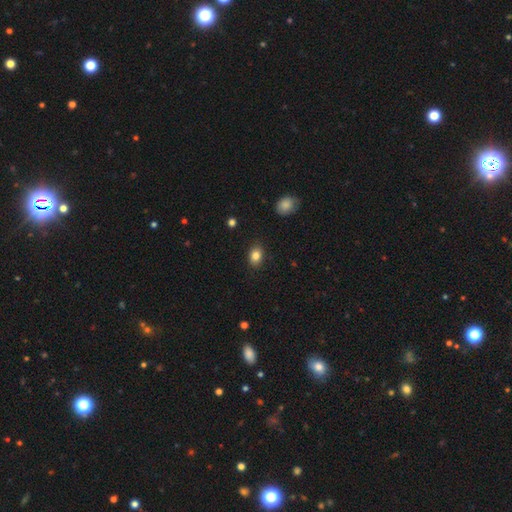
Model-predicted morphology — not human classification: This is clearly a smooth galaxy (84%). How rounded: likely in between (72%). Merging: clearly none (87%).